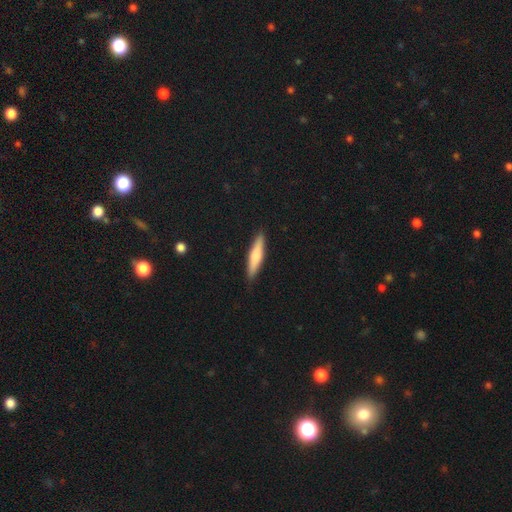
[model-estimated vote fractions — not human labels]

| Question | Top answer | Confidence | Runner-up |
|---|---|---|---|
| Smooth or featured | smooth | 67% | featured or disk (28%) |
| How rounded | cigar-shaped | 83% | in between (16%) |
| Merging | none | 90% | minor disturbance (8%) |